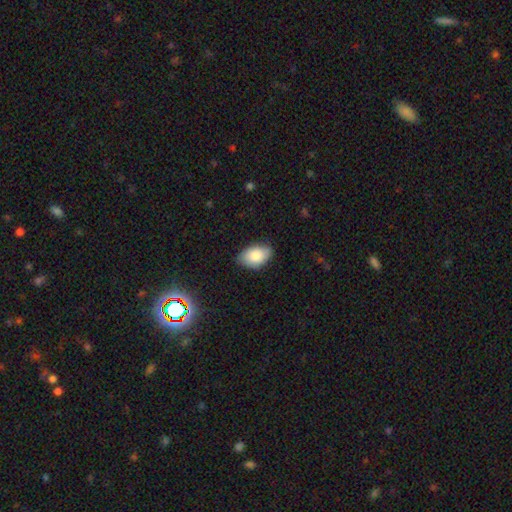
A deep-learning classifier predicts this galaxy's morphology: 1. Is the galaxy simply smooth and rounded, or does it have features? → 84% smooth, 9% featured or disk, 7% star or artifact.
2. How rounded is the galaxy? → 91% in between, 7% round, 1% cigar-shaped.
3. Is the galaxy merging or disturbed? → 76% none, 20% minor disturbance, 3% major disturbance, 1% merger.